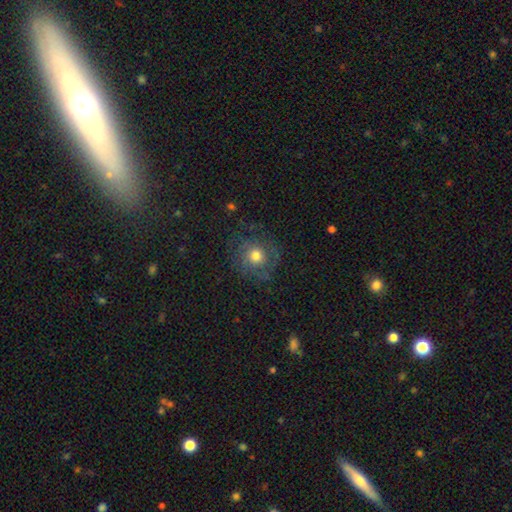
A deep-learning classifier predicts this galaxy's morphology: smooth_or_featured: smooth (p=0.42) [alt: featured or disk p=0.37]
merging: none (p=0.79) [alt: minor disturbance p=0.12]